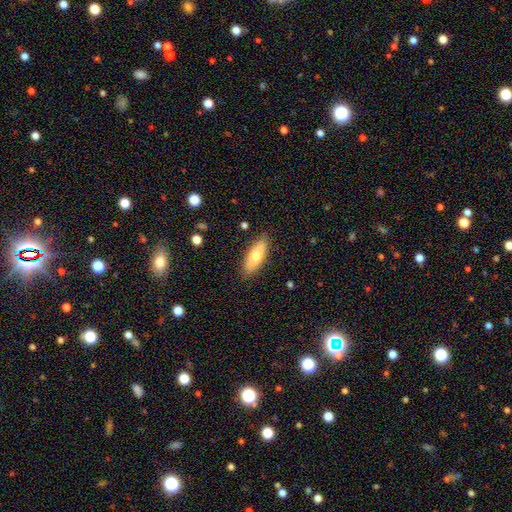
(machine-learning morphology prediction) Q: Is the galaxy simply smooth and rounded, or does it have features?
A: smooth — 69%.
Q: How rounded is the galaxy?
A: in between — 70%.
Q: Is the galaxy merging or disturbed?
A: none — 87%.